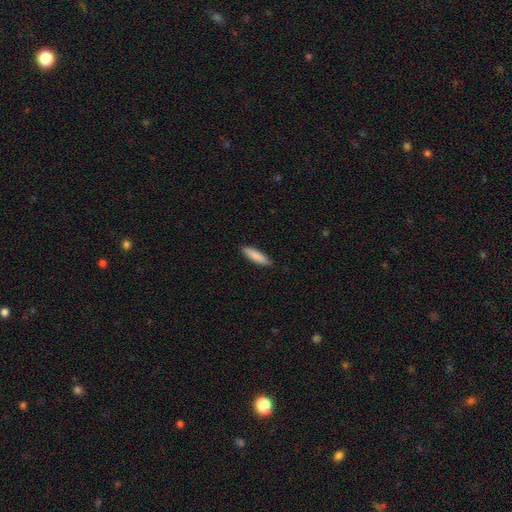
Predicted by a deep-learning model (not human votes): Smooth or featured? smooth (87%)
How rounded? cigar-shaped (70%)
Merging? none (89%)